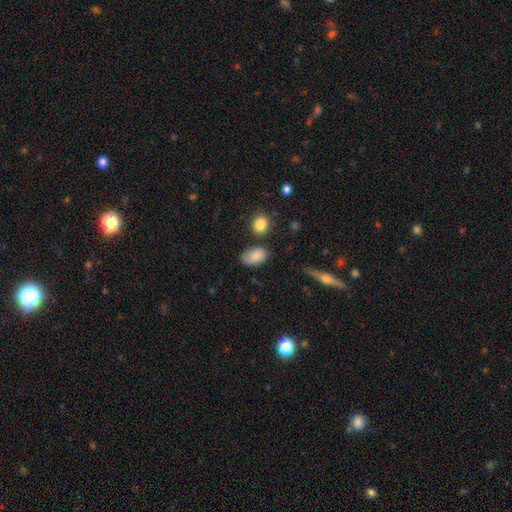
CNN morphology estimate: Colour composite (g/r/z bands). It shows a smooth galaxy with no disk features (84%) that is in between round and cigar-shaped (90%). Merging: none (66%).